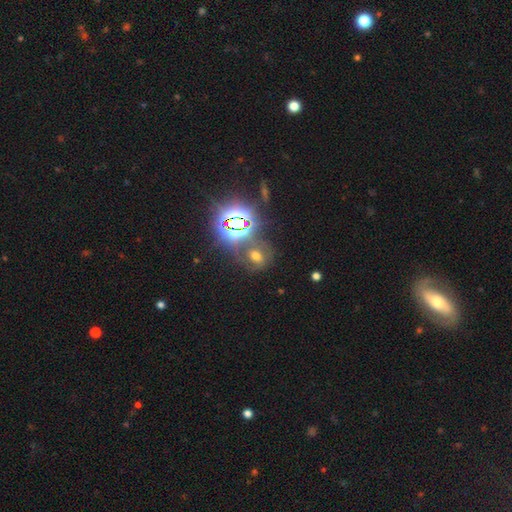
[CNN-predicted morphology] This appears to be a star or artifact, not a galaxy (46%).